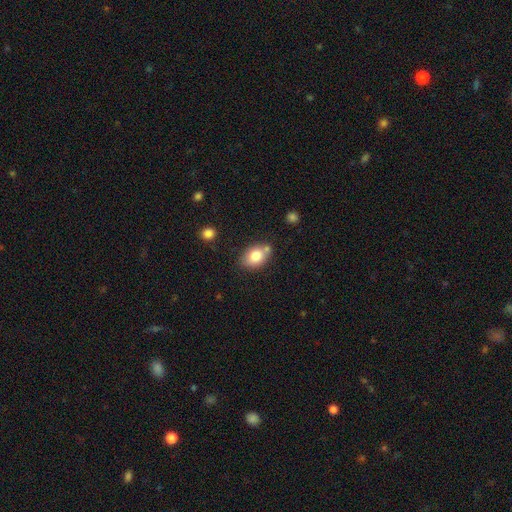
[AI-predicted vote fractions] Overall: smooth (80%). How rounded: in between (79%). Merging: none (66%).